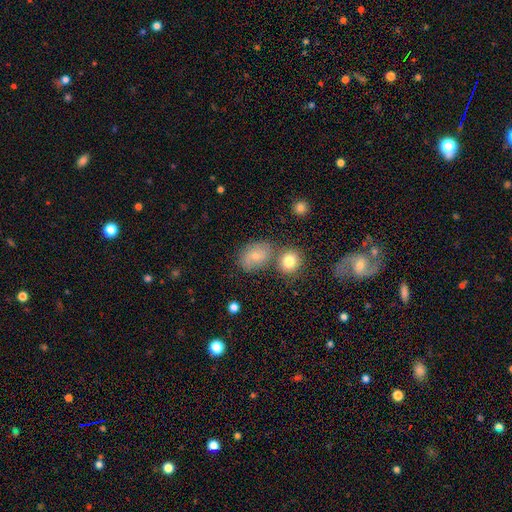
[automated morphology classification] A smooth galaxy with no disk features (69%) that is in between round and cigar-shaped (60%). Merging: none (57%).